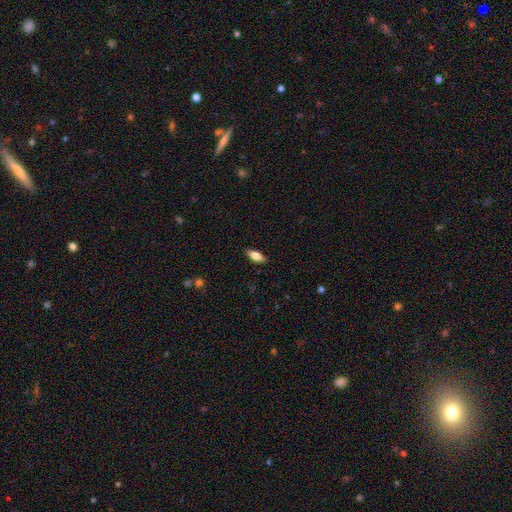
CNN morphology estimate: Smooth or featured?
  - smooth: 76% *
  - featured or disk: 17%
  - star or artifact: 7%
How rounded?
  - in between: 76% *
  - cigar-shaped: 21%
  - round: 3%
Merging?
  - none: 88% *
  - minor disturbance: 9%
  - major disturbance: 2%
  - merger: 1%